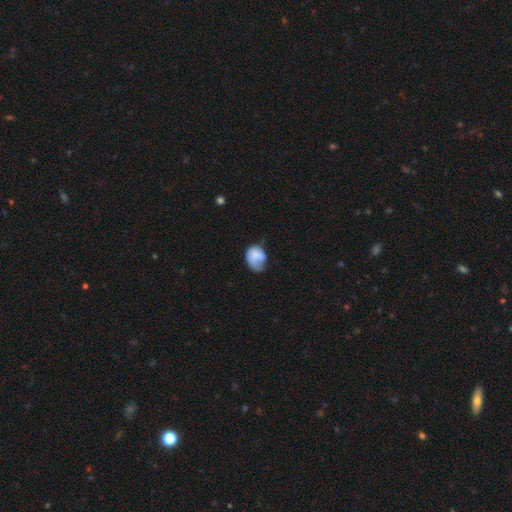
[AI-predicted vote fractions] smooth_or_featured: smooth (p=0.74) [alt: featured or disk p=0.18]
how_rounded: in between (p=0.62) [alt: round p=0.37]
merging: minor disturbance (p=0.40) [alt: none p=0.29]